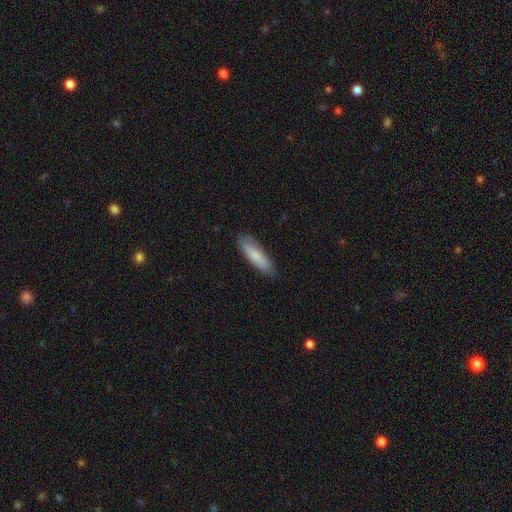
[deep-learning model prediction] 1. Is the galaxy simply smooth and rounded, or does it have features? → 82% smooth, 13% featured or disk, 5% star or artifact.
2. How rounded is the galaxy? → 60% cigar-shaped, 38% in between, 1% round.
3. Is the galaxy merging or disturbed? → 84% none, 13% minor disturbance, 2% major disturbance, 1% merger.